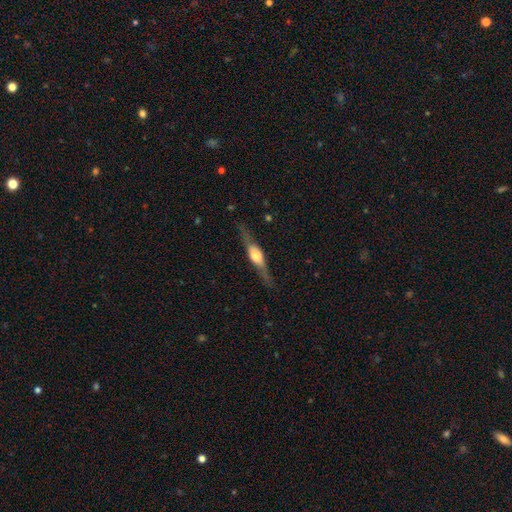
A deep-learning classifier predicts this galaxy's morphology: Smooth or featured?
  - featured or disk: 71% *
  - smooth: 23%
  - star or artifact: 6%
Edge-on disk?
  - yes: 94% *
  - no: 6%
Edge-on bulge?
  - rounded: 84% *
  - boxy: 13%
  - none: 3%
Merging?
  - none: 80% *
  - minor disturbance: 13%
  - major disturbance: 5%
  - merger: 1%